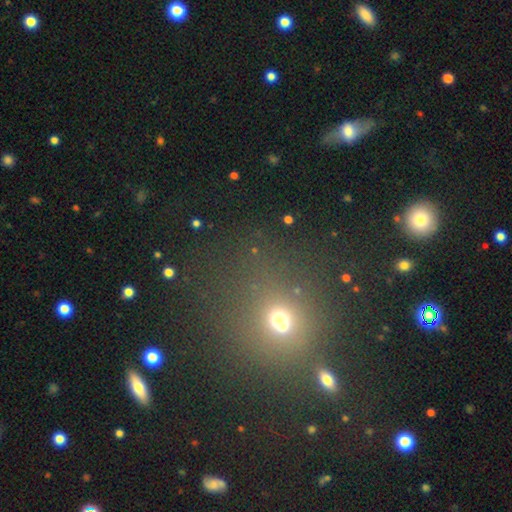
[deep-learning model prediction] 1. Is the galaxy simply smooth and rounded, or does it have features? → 48% smooth, 41% star or artifact, 11% featured or disk.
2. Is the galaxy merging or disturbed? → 78% none, 10% minor disturbance, 6% major disturbance, 6% merger.